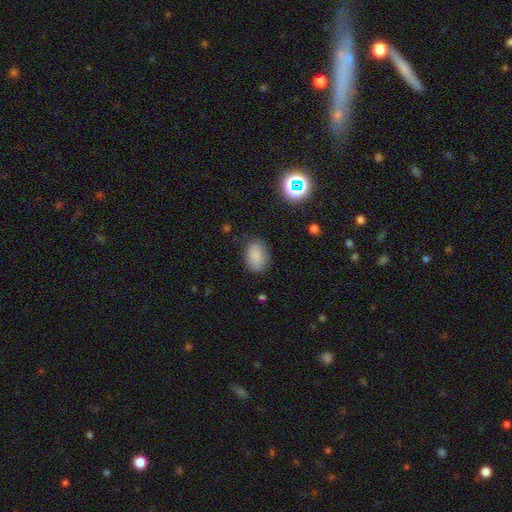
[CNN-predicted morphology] smooth 84%, star or artifact 9%, featured or disk 7%. Down the decision tree: how rounded — in between (78%); merging — none (78%).